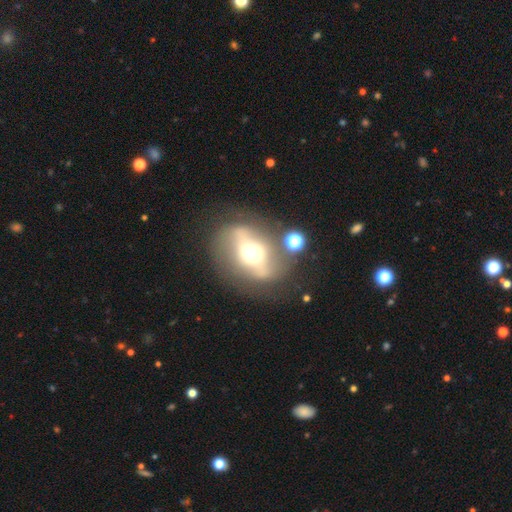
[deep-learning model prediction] This is possibly a featured or disk galaxy (55%). It is clearly not viewed edge-on (82%). Merging: possibly none (57%).